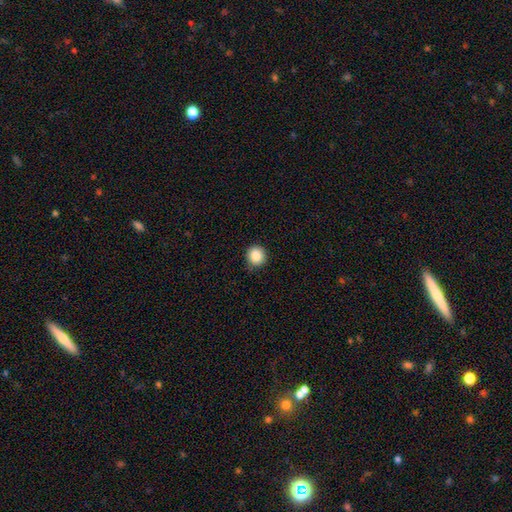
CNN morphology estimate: Overall: smooth (86%). How rounded: round (92%). Merging: none (89%).